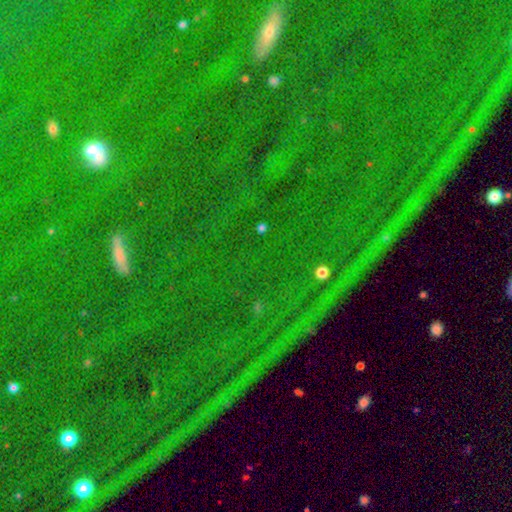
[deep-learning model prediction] Smooth or featured: star or artifact — 81% (smooth — 11%)